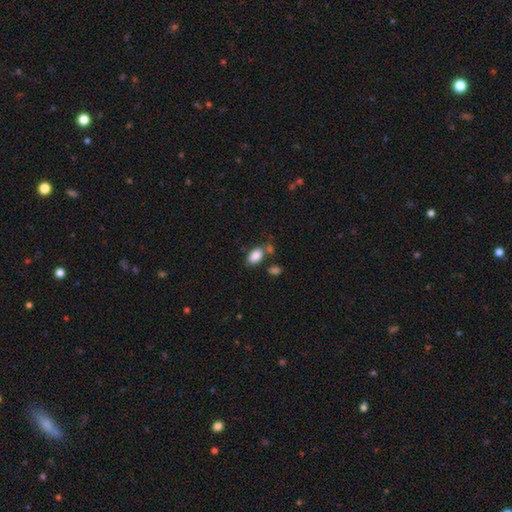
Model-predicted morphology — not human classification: Q: Smooth or featured?
A: smooth (86%); runner-up: star or artifact (8%)
Q: How rounded?
A: in between (91%); runner-up: round (7%)
Q: Merging?
A: none (62%); runner-up: minor disturbance (16%)